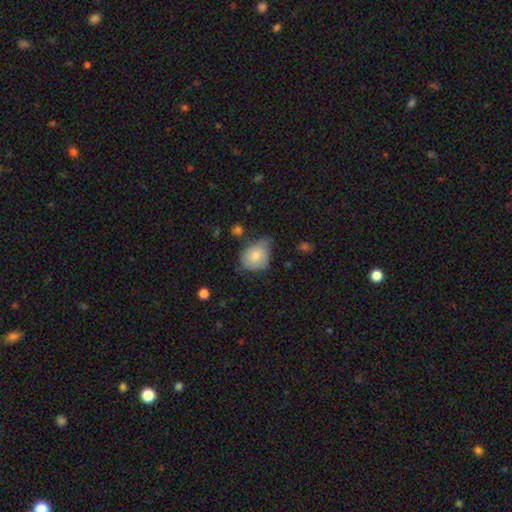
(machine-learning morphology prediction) This appears to be a smooth galaxy with no disk features (76%) that is in between round and cigar-shaped (56%). Merging: minor disturbance (45%).